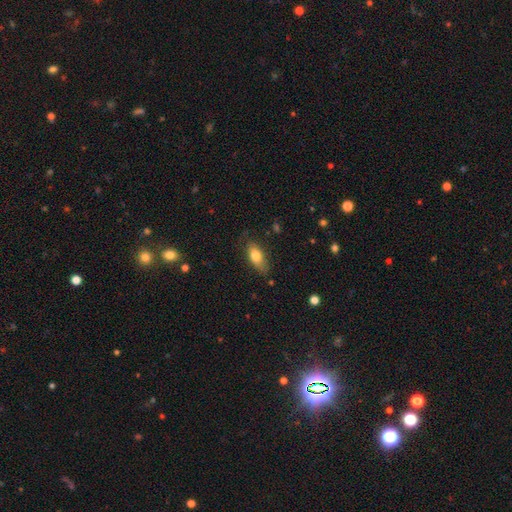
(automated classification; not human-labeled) smooth 76%, featured or disk 17%, star or artifact 7%. Down the decision tree: how rounded — in between (82%); merging — none (73%).